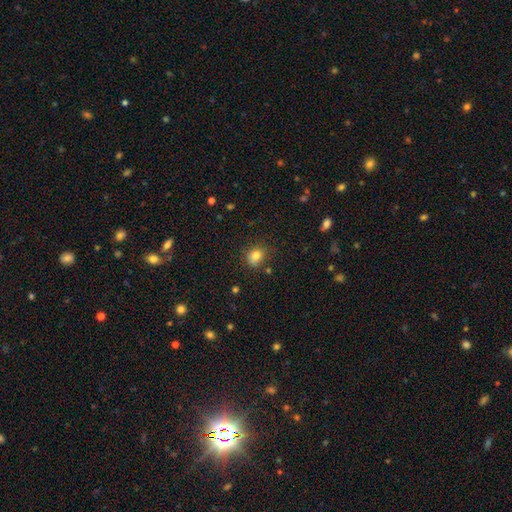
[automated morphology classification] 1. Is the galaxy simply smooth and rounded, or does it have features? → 80% smooth, 12% star or artifact, 8% featured or disk.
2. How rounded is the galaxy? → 61% round, 38% in between, 1% cigar-shaped.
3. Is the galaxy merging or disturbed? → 74% none, 18% minor disturbance, 4% major disturbance, 4% merger.